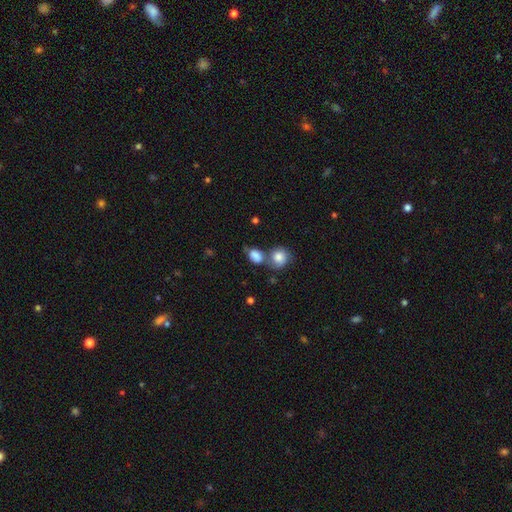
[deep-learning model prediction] Smooth or featured? smooth (79%)
How rounded? in between (65%)
Merging? merger (41%)